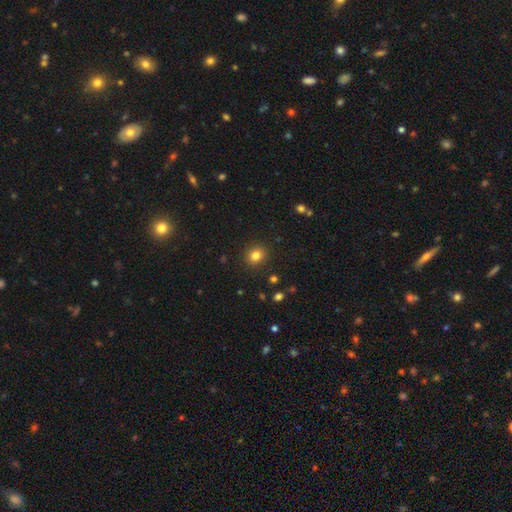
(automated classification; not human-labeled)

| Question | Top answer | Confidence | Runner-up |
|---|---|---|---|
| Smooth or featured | smooth | 81% | star or artifact (13%) |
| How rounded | round | 77% | in between (22%) |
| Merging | none | 90% | minor disturbance (6%) |